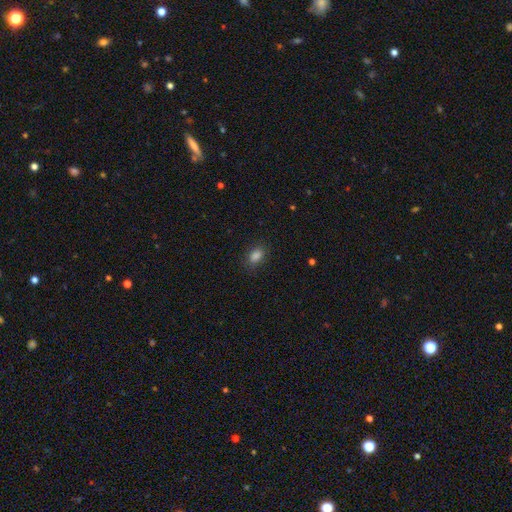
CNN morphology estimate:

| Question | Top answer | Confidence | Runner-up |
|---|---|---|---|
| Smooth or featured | smooth | 85% | star or artifact (11%) |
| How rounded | in between | 84% | round (13%) |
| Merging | none | 83% | minor disturbance (12%) |